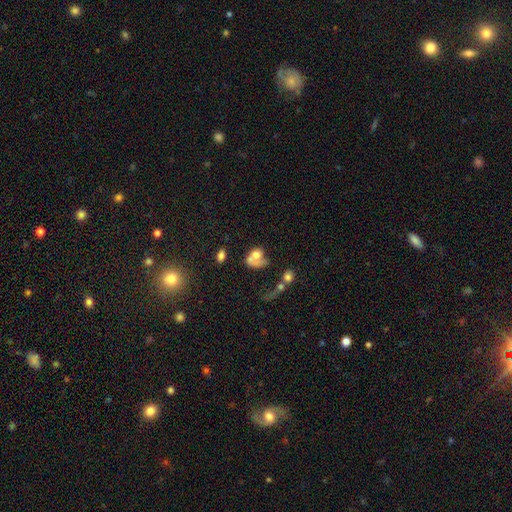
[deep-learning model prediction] smooth-or-featured: smooth: 57% | featured or disk: 31% | star or artifact: 12%
  how-rounded: in between: 54% | round: 44% | cigar-shaped: 2%
  merging: merger: 46% | major disturbance: 23% | none: 19% | minor disturbance: 12%